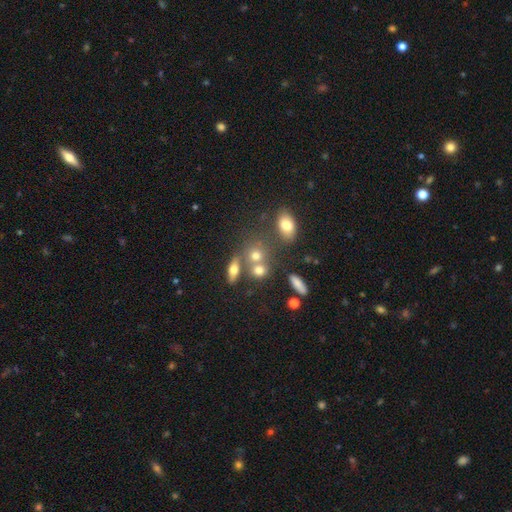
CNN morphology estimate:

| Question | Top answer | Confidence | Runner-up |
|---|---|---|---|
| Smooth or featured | smooth | 66% | featured or disk (19%) |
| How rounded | round | 64% | in between (32%) |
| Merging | none | 51% | merger (33%) |